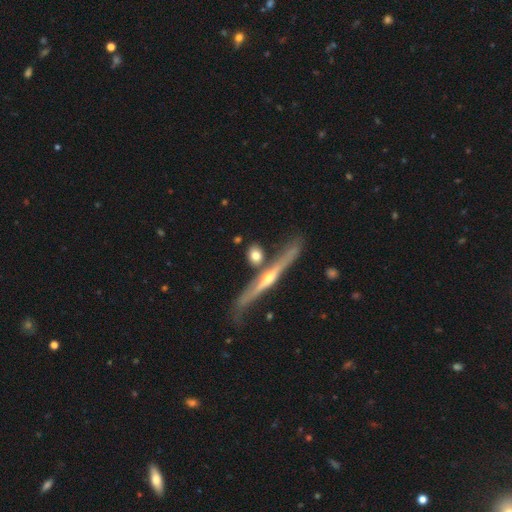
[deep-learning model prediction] Smooth or featured? Predicted: smooth (p=0.55). How rounded? Predicted: round (p=0.41). Merging? Predicted: none (p=0.66).